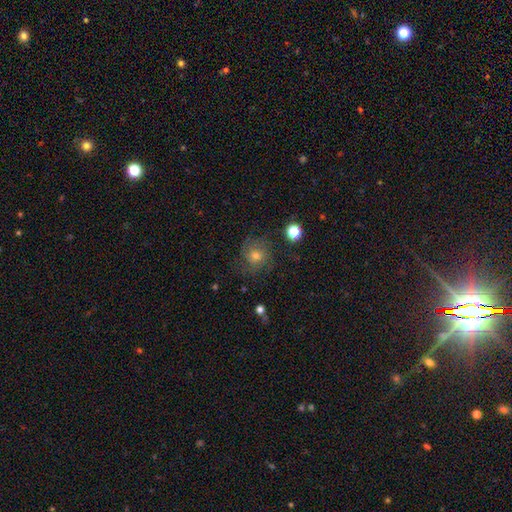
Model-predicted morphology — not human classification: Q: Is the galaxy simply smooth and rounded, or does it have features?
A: featured or disk — 51%.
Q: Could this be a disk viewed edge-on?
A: no — 97%.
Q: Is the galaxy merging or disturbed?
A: none — 75%.